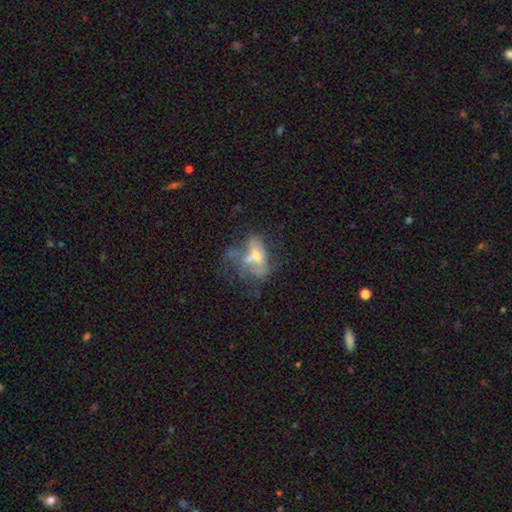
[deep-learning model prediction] Q: Smooth or featured?
A: featured or disk (58%); runner-up: smooth (29%)
Q: Edge-on disk?
A: no (92%); runner-up: yes (8%)
Q: Bar?
A: no (74%); runner-up: weak (18%)
Q: Spiral arms?
A: no (78%); runner-up: yes (22%)
Q: Bulge size?
A: moderate (46%); runner-up: small (41%)
Q: Merging?
A: major disturbance (33%); runner-up: none (27%)